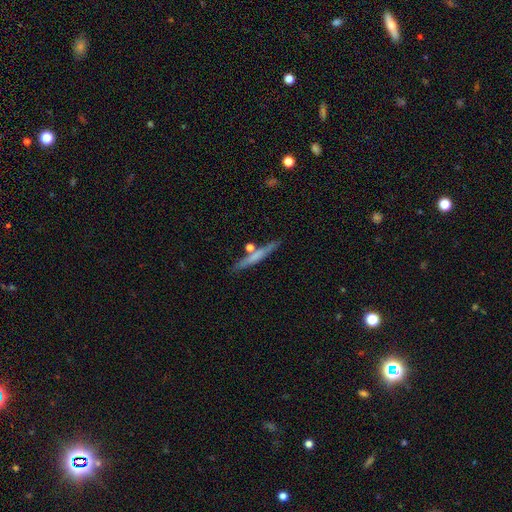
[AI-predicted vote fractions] Smooth or featured: smooth — 55% (featured or disk — 38%)
How rounded: cigar-shaped — 94% (in between — 4%)
Merging: none — 79% (minor disturbance — 10%)